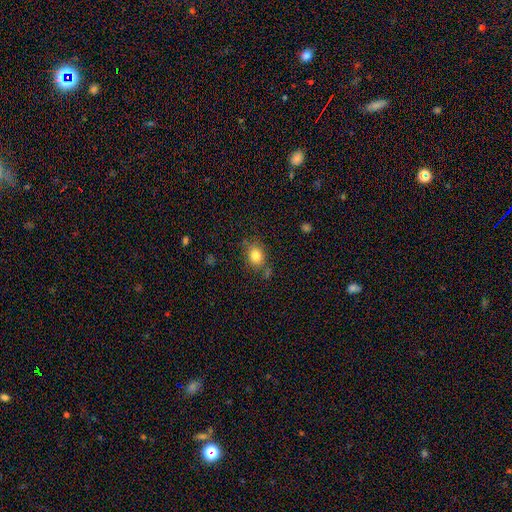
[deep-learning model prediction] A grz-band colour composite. It shows a smooth galaxy with no disk features (82%) that is in between round and cigar-shaped (54%). Merging: none (73%).